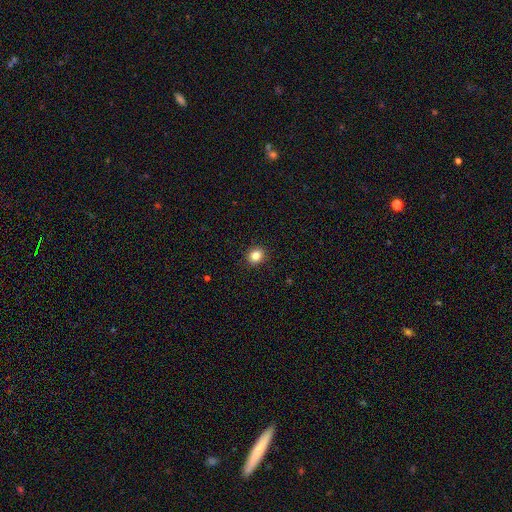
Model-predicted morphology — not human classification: type=smooth (85%); roundness=round (70%); merging=none (92%).